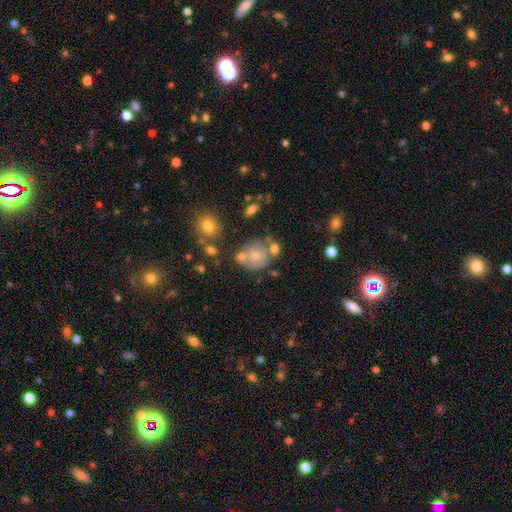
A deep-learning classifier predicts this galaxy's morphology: smooth 67%, featured or disk 21%, star or artifact 12%. Down the decision tree: how rounded — round (74%); merging — none (51%).